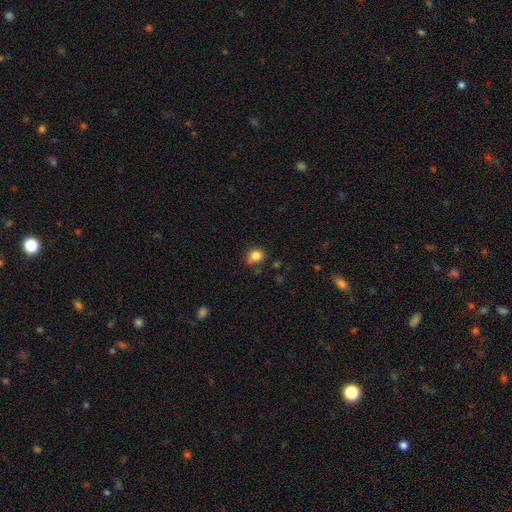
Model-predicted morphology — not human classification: Overall: smooth (83%). How rounded: round (60%; in between 39%). Merging: none (72%).